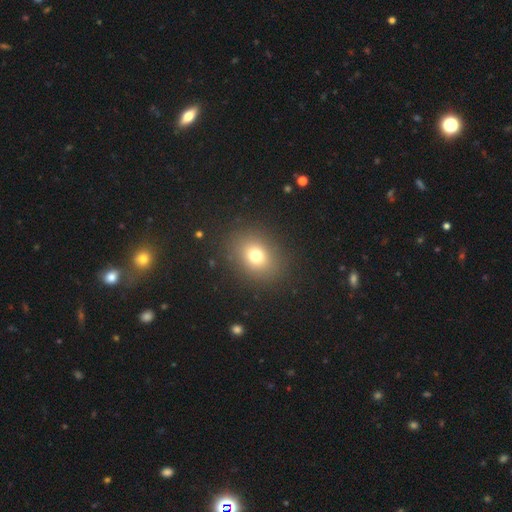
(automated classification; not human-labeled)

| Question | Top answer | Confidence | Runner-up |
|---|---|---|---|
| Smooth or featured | smooth | 73% | star or artifact (15%) |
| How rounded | round | 53% | in between (46%) |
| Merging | none | 87% | minor disturbance (8%) |